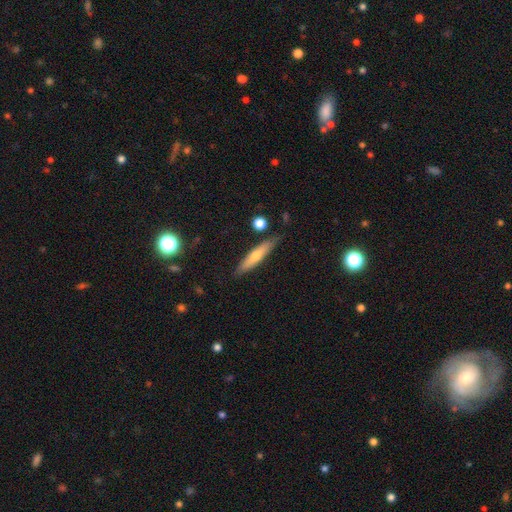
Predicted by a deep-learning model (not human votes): smooth-or-featured: smooth: 58% | featured or disk: 36% | star or artifact: 6%
  how-rounded: cigar-shaped: 85% | in between: 13% | round: 2%
  merging: none: 81% | minor disturbance: 13% | merger: 3% | major disturbance: 3%